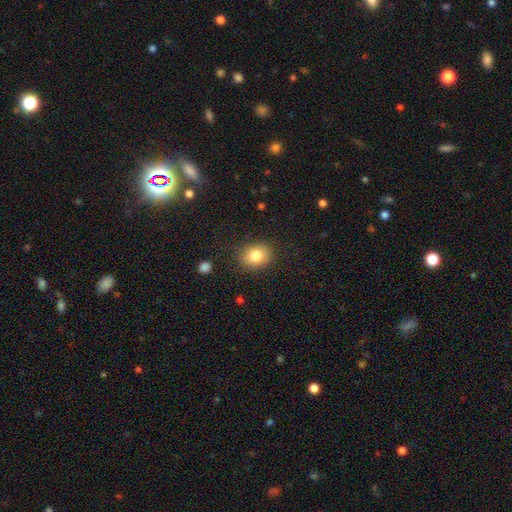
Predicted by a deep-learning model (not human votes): smooth 83%, star or artifact 10%, featured or disk 8%. Down the decision tree: how rounded — round (59%); merging — none (86%).